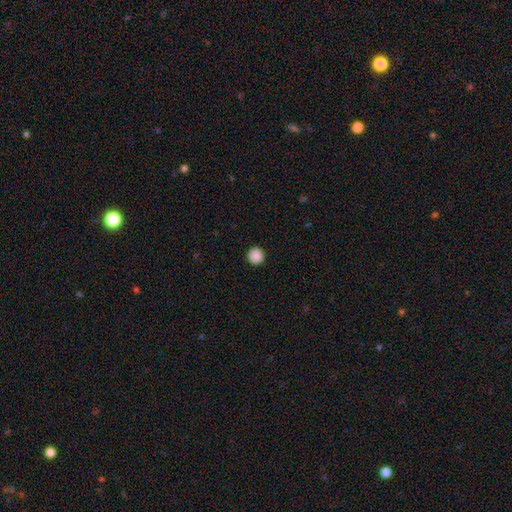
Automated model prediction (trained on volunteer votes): Q: Smooth or featured?
A: smooth (89%); runner-up: star or artifact (9%)
Q: How rounded?
A: round (95%); runner-up: in between (4%)
Q: Merging?
A: none (93%); runner-up: minor disturbance (5%)